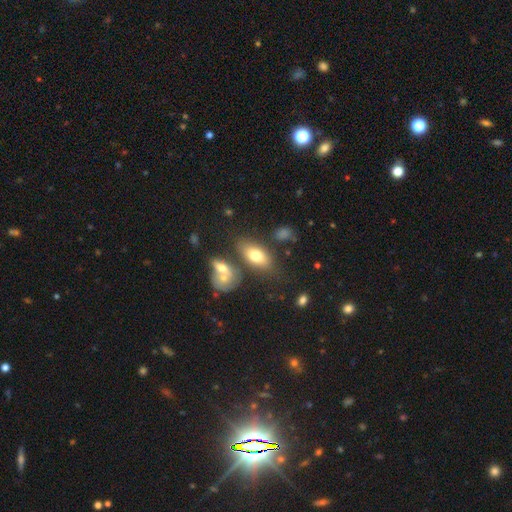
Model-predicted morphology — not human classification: Smooth or featured: smooth — 73% (featured or disk — 19%)
How rounded: in between — 88% (cigar-shaped — 6%)
Merging: none — 68% (minor disturbance — 14%)